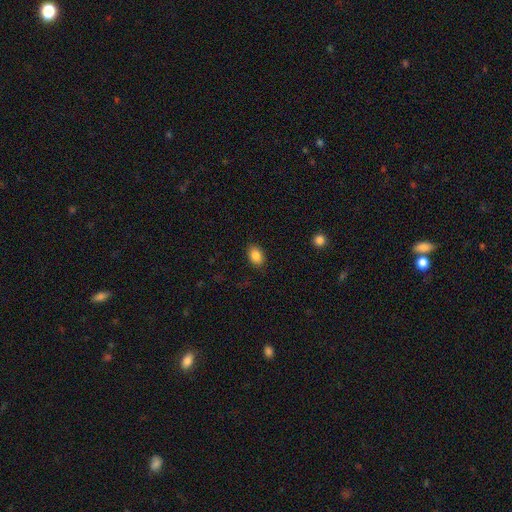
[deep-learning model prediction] Overall: smooth (86%). How rounded: in between (81%). Merging: none (87%).